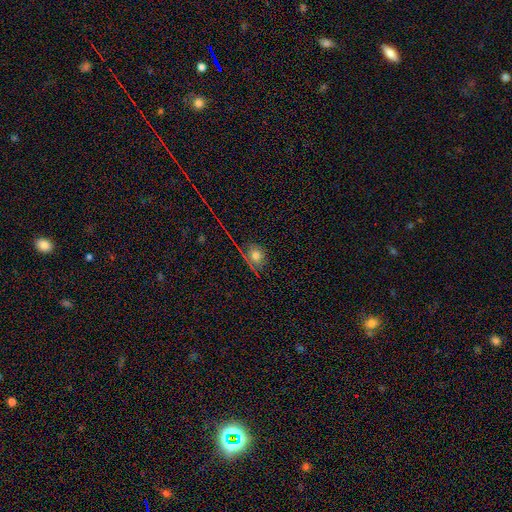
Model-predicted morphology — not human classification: Smooth or featured? Predicted: smooth (p=0.66). How rounded? Predicted: round (p=0.64). Merging? Predicted: none (p=0.70).